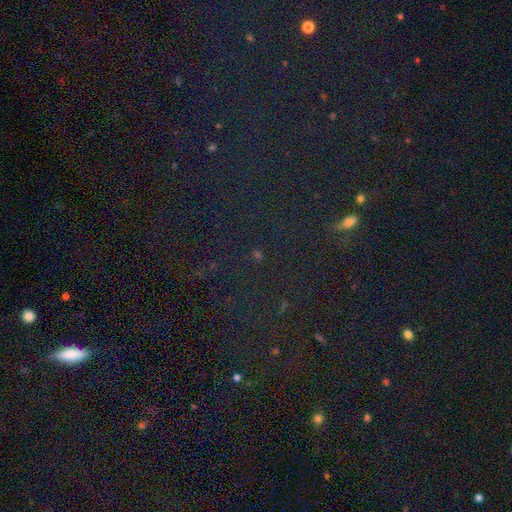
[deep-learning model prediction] Q: Smooth or featured?
A: star or artifact (74%); runner-up: smooth (17%)